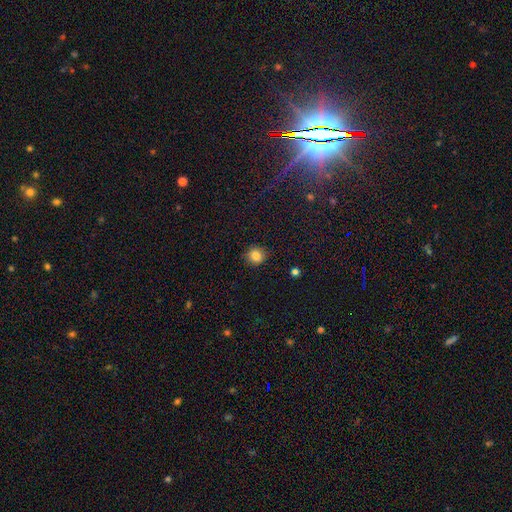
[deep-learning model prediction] smooth_or_featured: smooth (p=0.84) [alt: star or artifact p=0.11]
how_rounded: round (p=0.88) [alt: in between p=0.11]
merging: none (p=0.88) [alt: minor disturbance p=0.09]